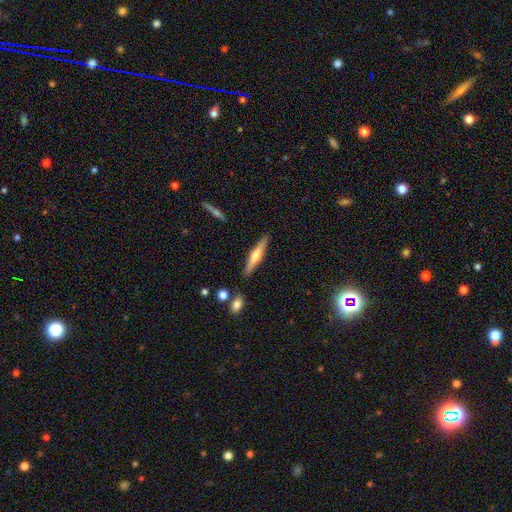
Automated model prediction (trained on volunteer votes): The model was most divided on "smooth or featured": featured or disk: 59%, smooth: 35%, star or artifact: 6%. More confident: edge-on disk — yes (97%); merging — none (88%); edge-on bulge — rounded (81%).